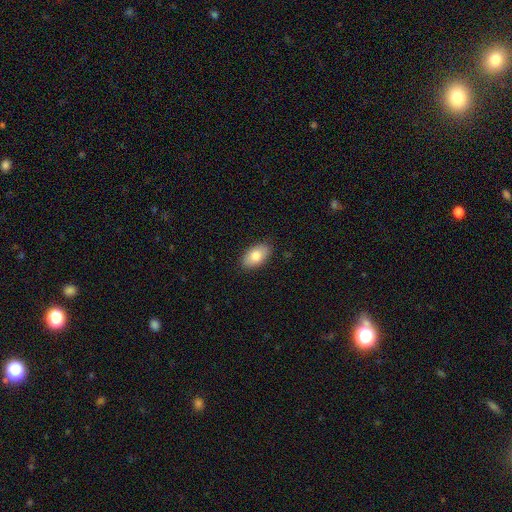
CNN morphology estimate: Smooth or featured? Predicted: smooth (p=0.82). How rounded? Predicted: in between (p=0.94). Merging? Predicted: none (p=0.88).